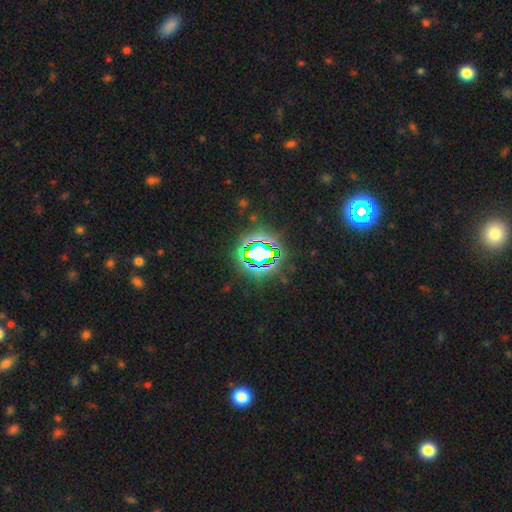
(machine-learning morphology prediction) Overall: star or artifact (79%).